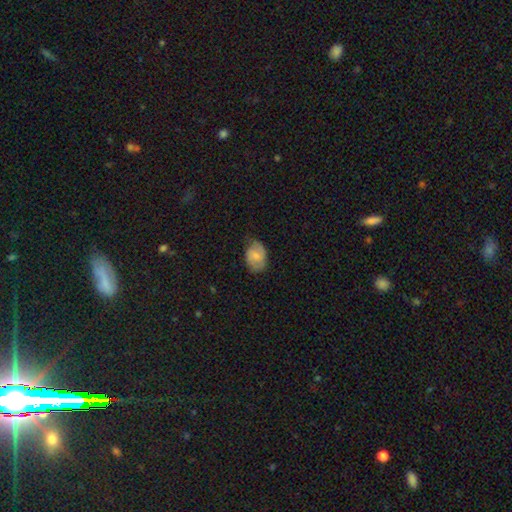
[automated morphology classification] Q: Smooth or featured?
A: smooth (58%); runner-up: featured or disk (35%)
Q: How rounded?
A: in between (75%); runner-up: round (24%)
Q: Merging?
A: none (61%); runner-up: minor disturbance (30%)